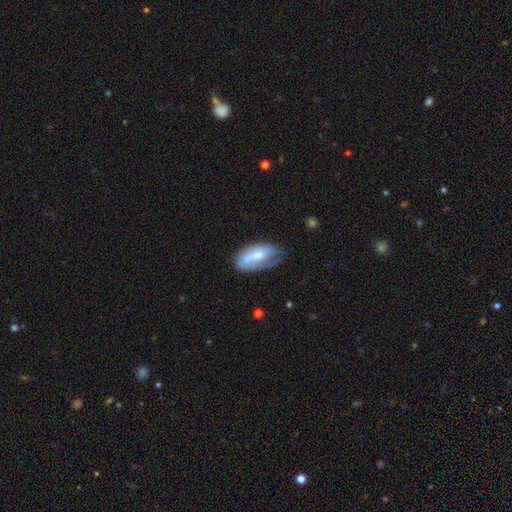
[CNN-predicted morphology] This is possibly a featured or disk galaxy (48%). Merging: possibly none (51%).